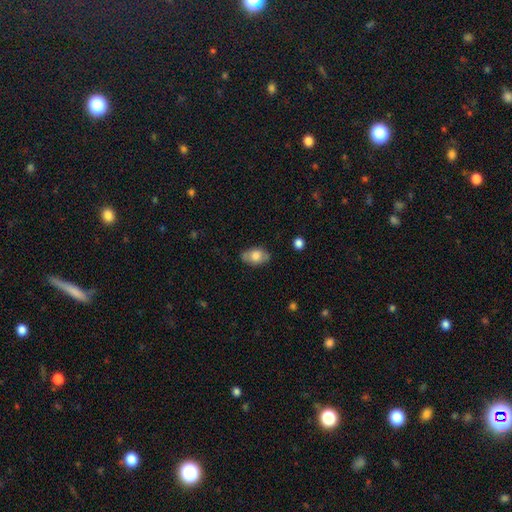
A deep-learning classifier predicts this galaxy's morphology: A smooth galaxy with no disk features (73%) that is in between round and cigar-shaped (89%). Merging: none (77%).